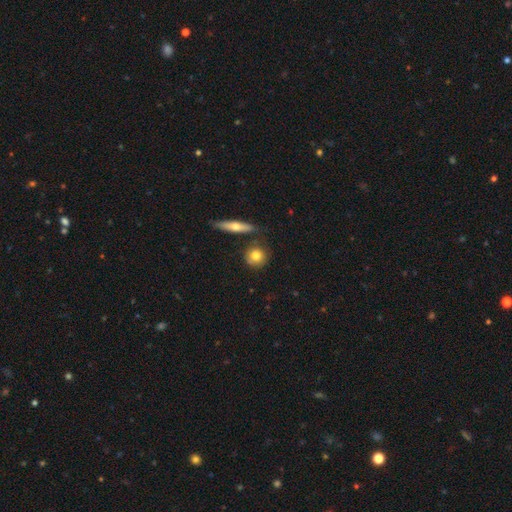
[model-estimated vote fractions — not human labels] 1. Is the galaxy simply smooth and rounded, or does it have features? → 77% smooth, 16% featured or disk, 7% star or artifact.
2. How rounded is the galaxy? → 84% round, 12% in between, 4% cigar-shaped.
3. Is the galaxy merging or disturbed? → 77% none, 11% minor disturbance, 9% merger, 3% major disturbance.